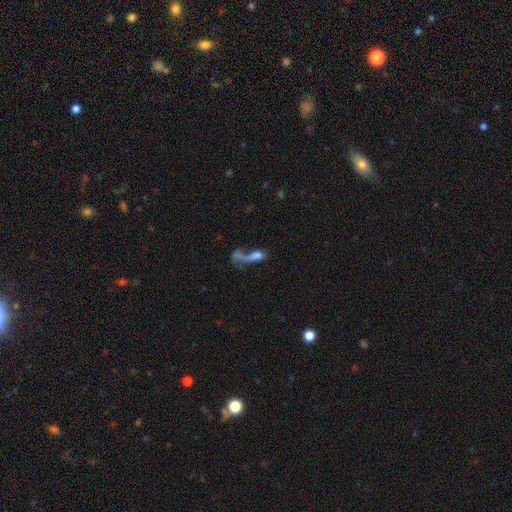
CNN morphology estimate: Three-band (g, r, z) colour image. It shows a smooth galaxy with no disk features (49%). Merging: major disturbance (35%).